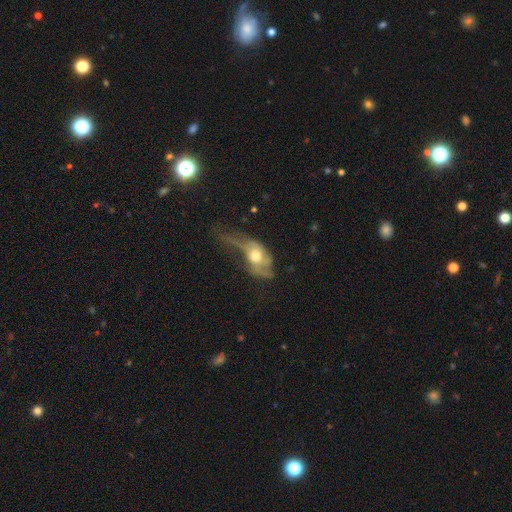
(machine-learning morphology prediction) featured or disk 51%, smooth 41%, star or artifact 8%. Down the decision tree: edge-on disk — no (85%); merging — major disturbance (56%).